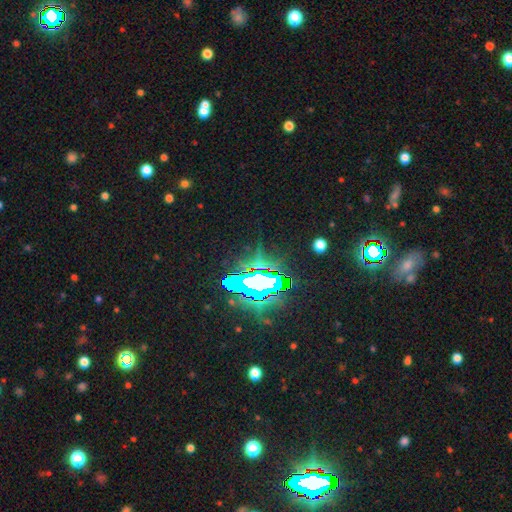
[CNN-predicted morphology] smooth_or_featured: star or artifact (p=0.76) [alt: featured or disk p=0.13]